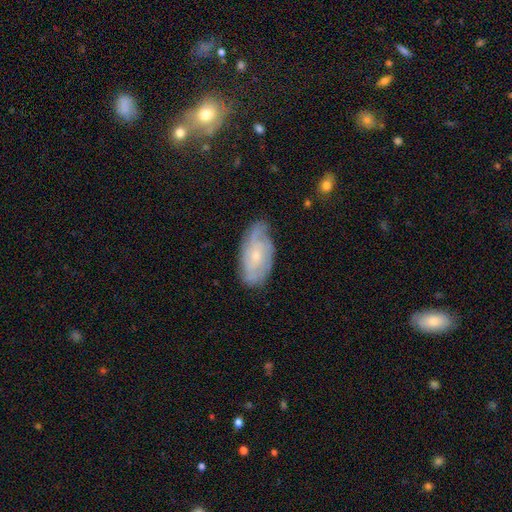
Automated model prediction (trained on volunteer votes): A featured or disk galaxy (68%) with no bar (70%), tight (53%) spiral arms (87%) and a small central bulge (71%). Merging: none (69%).